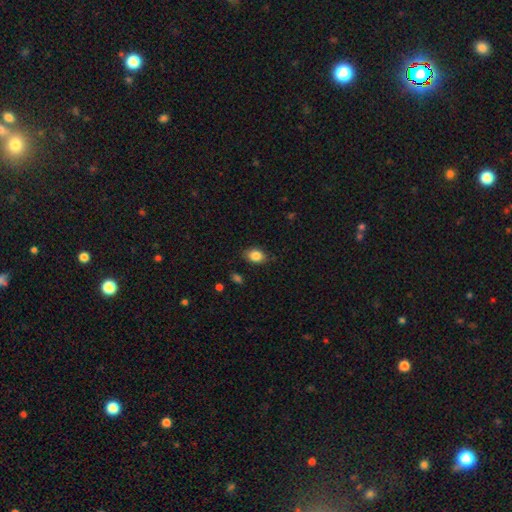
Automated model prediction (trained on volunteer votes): A smooth galaxy with no disk features (85%) that is in between round and cigar-shaped (72%). Merging: none (80%).